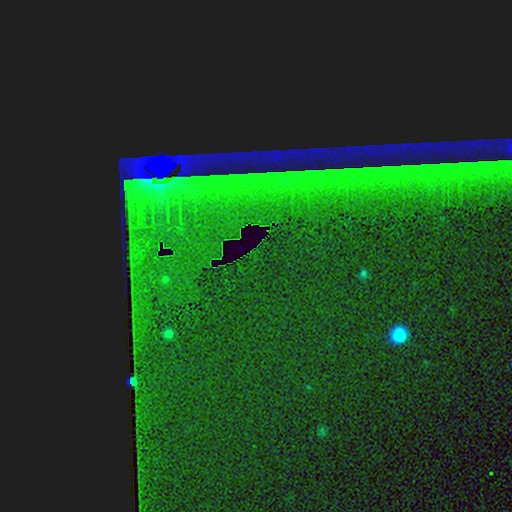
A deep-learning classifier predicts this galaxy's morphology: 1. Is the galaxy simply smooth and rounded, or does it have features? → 84% star or artifact, 9% smooth, 8% featured or disk.